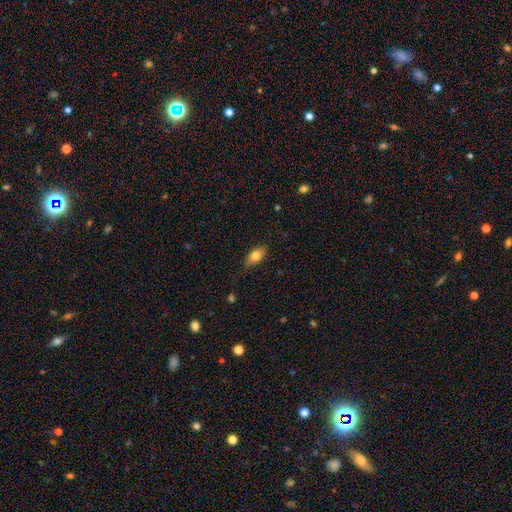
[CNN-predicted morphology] This appears to be a smooth galaxy with no disk features (78%) that is in between round and cigar-shaped (88%). Merging: none (80%).